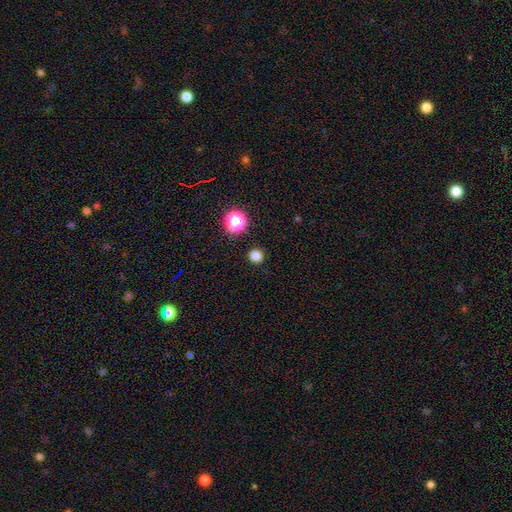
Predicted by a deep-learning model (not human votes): This is clearly a smooth galaxy (81%). How rounded: clearly round (95%). Merging: clearly none (92%).